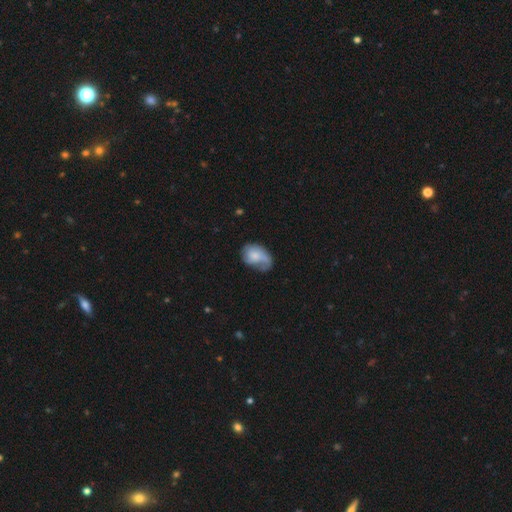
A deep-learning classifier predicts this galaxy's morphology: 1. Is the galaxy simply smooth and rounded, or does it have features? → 57% smooth, 36% featured or disk, 7% star or artifact.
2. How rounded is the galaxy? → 78% in between, 21% round, 1% cigar-shaped.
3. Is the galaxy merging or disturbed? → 32% minor disturbance, 31% major disturbance, 30% none, 8% merger.